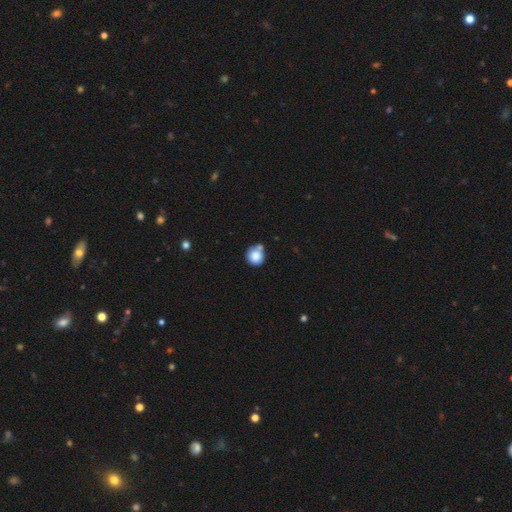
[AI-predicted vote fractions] Smooth or featured: smooth — 84% (star or artifact — 9%)
How rounded: round — 90% (in between — 9%)
Merging: none — 57% (merger — 22%)